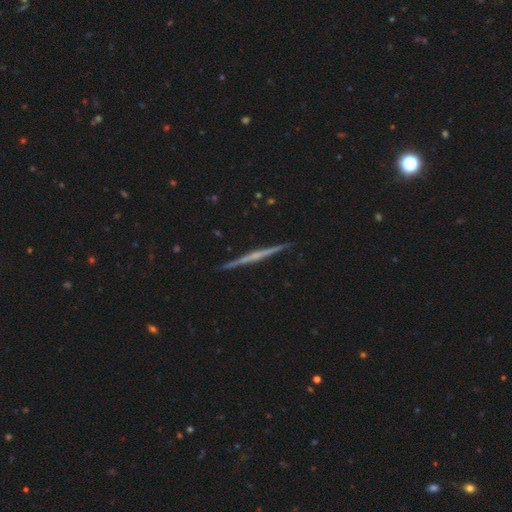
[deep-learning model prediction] smooth-or-featured: featured or disk: 78% | smooth: 17% | star or artifact: 5%
  disk-edge-on: yes: 99% | no: 1%
    edge-on-bulge: none: 48% | rounded: 42% | boxy: 10%
  merging: none: 92% | minor disturbance: 5% | major disturbance: 1% | merger: 1%